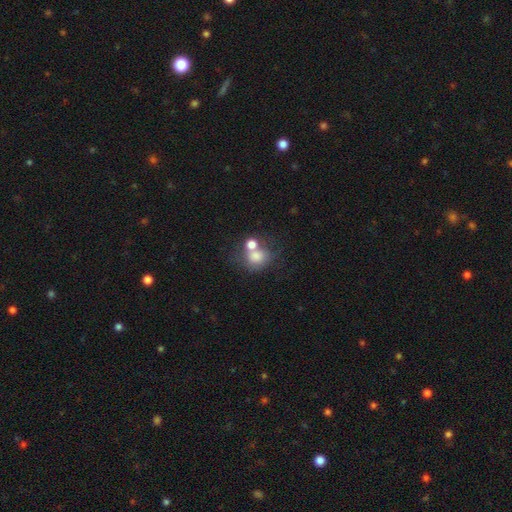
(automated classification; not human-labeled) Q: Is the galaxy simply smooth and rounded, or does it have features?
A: smooth — 71%.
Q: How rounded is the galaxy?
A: round — 62%.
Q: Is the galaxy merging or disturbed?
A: merger — 40%.